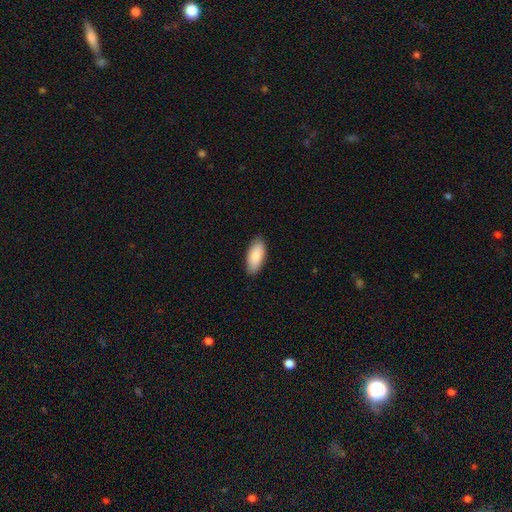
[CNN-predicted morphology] A smooth galaxy with no disk features (87%) that is in between round and cigar-shaped (90%).

Vote fractions:
- Smooth or featured? smooth: 87% / featured or disk: 8% / star or artifact: 6%
- How rounded? in between: 90% / cigar-shaped: 8% / round: 2%
- Merging? none: 87% / minor disturbance: 10% / major disturbance: 2% / merger: 1%